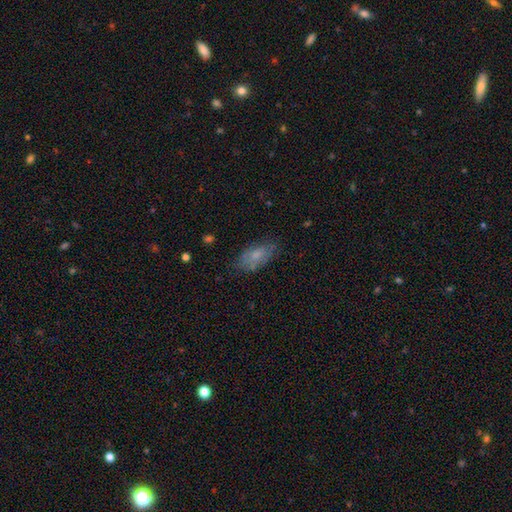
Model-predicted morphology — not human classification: Smooth or featured?
  - smooth: 70% *
  - featured or disk: 21%
  - star or artifact: 8%
How rounded?
  - in between: 88% *
  - cigar-shaped: 9%
  - round: 3%
Merging?
  - none: 70% *
  - minor disturbance: 22%
  - major disturbance: 6%
  - merger: 2%